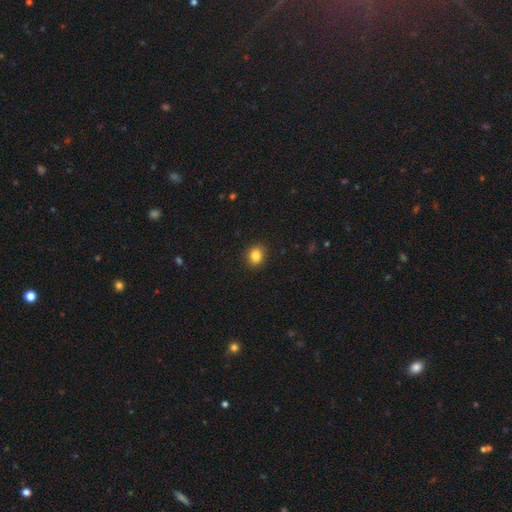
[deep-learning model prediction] Overall: smooth (86%). How rounded: round (66%; in between 33%). Merging: none (89%).